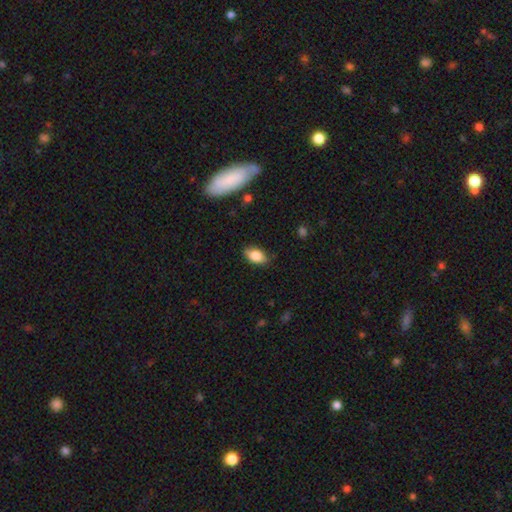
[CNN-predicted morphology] Overall: smooth (83%). How rounded: in between (91%). Merging: none (85%).